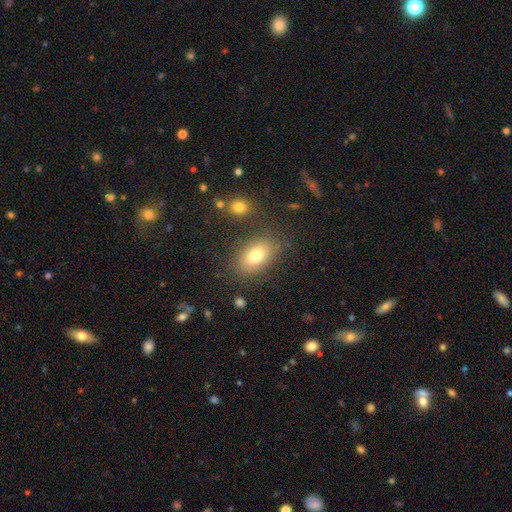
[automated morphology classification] A smooth galaxy with no disk features (77%) that is in between round and cigar-shaped (86%).

Vote fractions:
- Smooth or featured? smooth: 77% / featured or disk: 13% / star or artifact: 10%
- How rounded? in between: 86% / round: 12% / cigar-shaped: 2%
- Merging? none: 78% / minor disturbance: 12% / major disturbance: 5% / merger: 5%